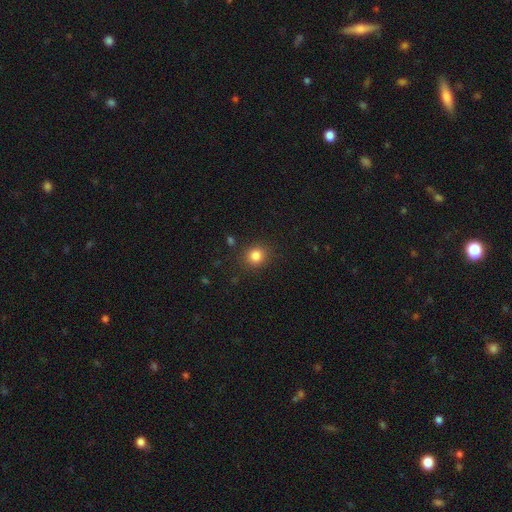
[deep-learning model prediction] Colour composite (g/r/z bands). It shows a smooth galaxy with no disk features (84%) that is round (82%). Merging: none (86%).